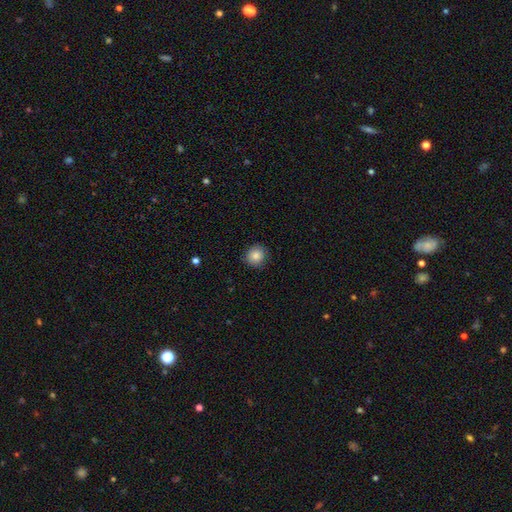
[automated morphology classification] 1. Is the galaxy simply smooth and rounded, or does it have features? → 85% smooth, 9% star or artifact, 7% featured or disk.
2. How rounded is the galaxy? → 89% round, 10% in between, 1% cigar-shaped.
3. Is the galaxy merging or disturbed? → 86% none, 11% minor disturbance, 2% major disturbance, 1% merger.